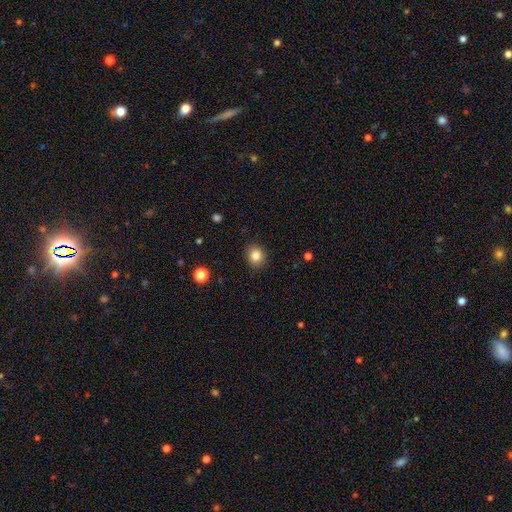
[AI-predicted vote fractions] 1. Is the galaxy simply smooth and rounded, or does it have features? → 84% smooth, 11% star or artifact, 6% featured or disk.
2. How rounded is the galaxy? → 72% round, 27% in between, 1% cigar-shaped.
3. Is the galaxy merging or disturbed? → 88% none, 9% minor disturbance, 2% major disturbance, 1% merger.